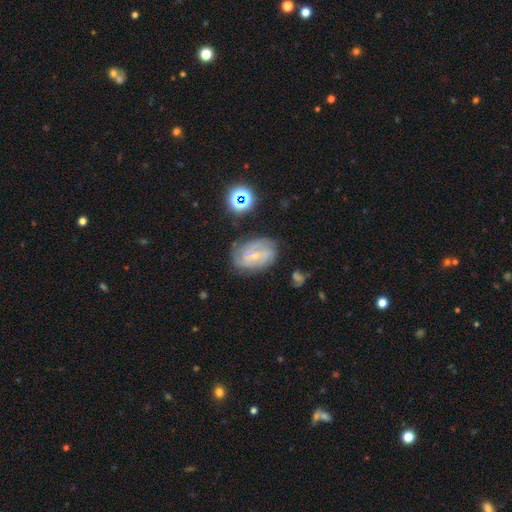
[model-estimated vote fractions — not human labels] A featured or disk galaxy (74%) with no bar (62%), tight (53%) spiral arms (90%) and a small central bulge (67%). Merging: none (65%).